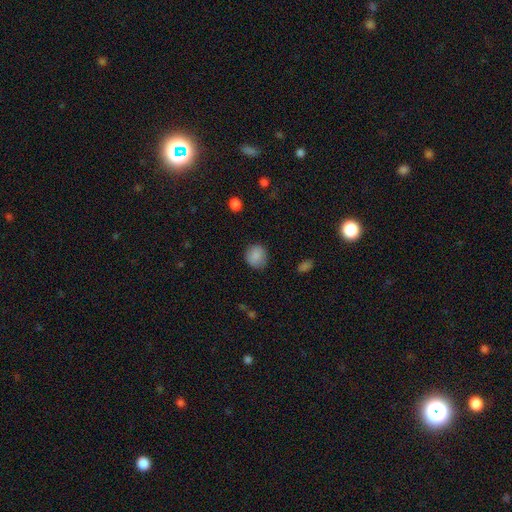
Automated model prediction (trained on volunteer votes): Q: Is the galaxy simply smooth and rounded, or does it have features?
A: smooth — 87%.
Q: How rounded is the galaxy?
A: round — 85%.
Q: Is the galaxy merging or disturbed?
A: none — 85%.